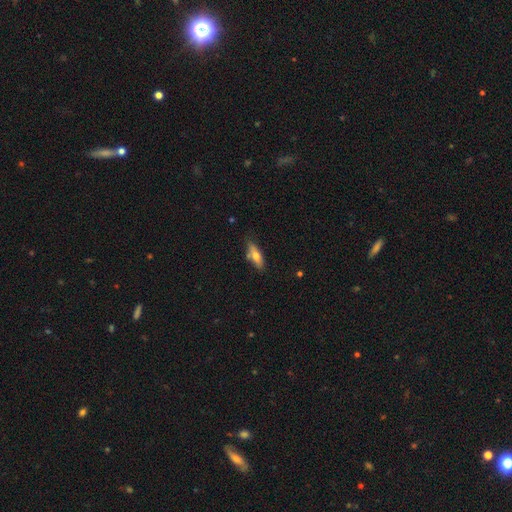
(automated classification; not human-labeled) The model was most divided on "how rounded": in between: 57%, cigar-shaped: 41%, round: 3%. More confident: merging — none (71%); smooth or featured — smooth (60%).